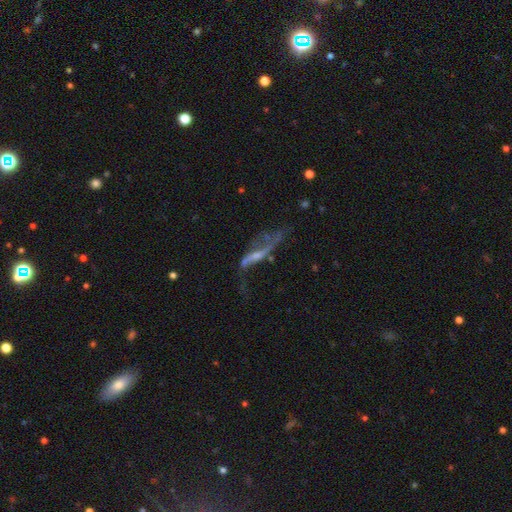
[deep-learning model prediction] Overall: featured or disk (70%). Edge-on disk: no (64%; yes 36%). Merging: none (36%, tied with major disturbance).